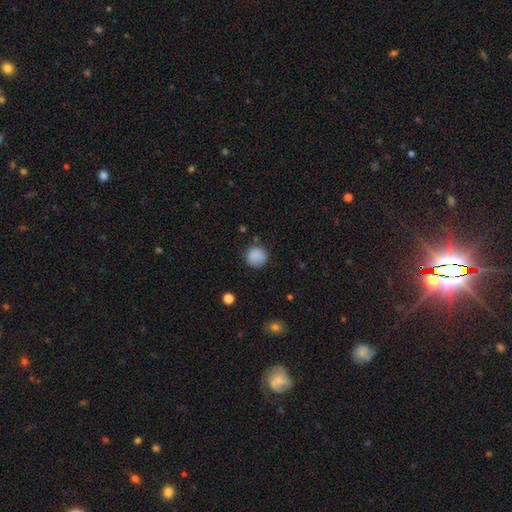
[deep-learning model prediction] smooth_or_featured: smooth (p=0.86) [alt: star or artifact p=0.09]
how_rounded: round (p=0.91) [alt: in between p=0.08]
merging: none (p=0.80) [alt: minor disturbance p=0.14]